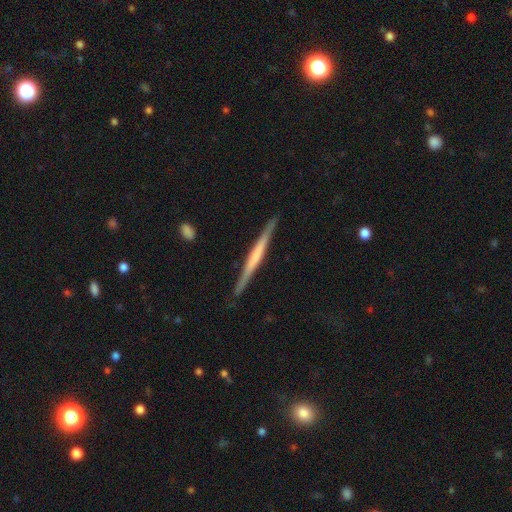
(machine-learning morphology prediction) featured or disk 64%, smooth 30%, star or artifact 5%. Down the decision tree: edge-on disk — yes (98%); edge-on bulge — none (58%); merging — none (89%).